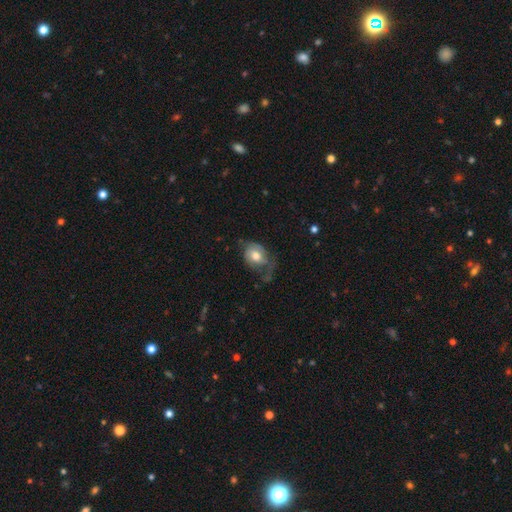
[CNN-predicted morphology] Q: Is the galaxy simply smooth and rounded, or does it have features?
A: smooth — 59%.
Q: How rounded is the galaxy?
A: in between — 61%.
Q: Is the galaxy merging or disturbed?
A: none — 33%.